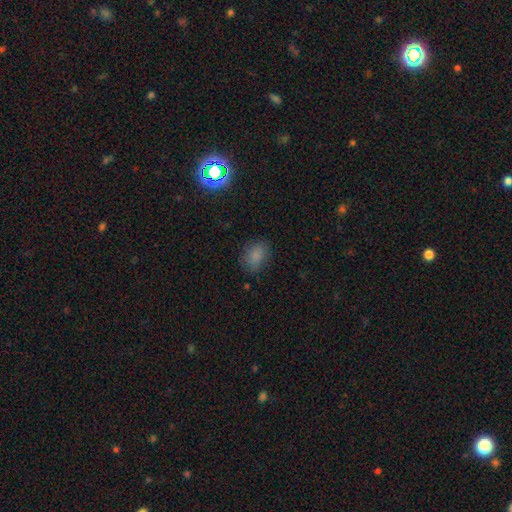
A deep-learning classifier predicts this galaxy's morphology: Smooth or featured: smooth — 82% (star or artifact — 12%)
How rounded: in between — 73% (round — 25%)
Merging: none — 78% (minor disturbance — 16%)